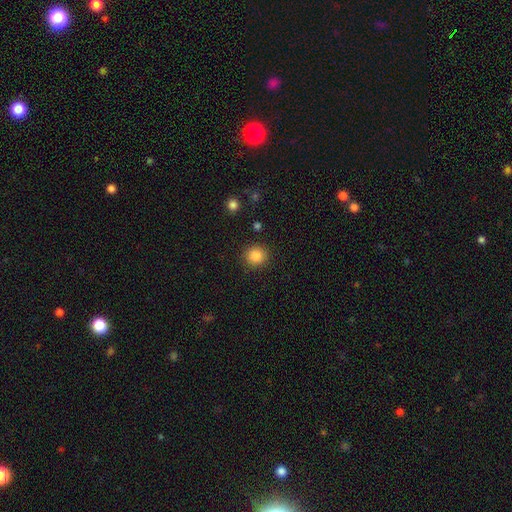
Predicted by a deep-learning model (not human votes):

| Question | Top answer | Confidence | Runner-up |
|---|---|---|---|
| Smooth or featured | smooth | 86% | star or artifact (10%) |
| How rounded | round | 90% | in between (9%) |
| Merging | none | 90% | minor disturbance (6%) |